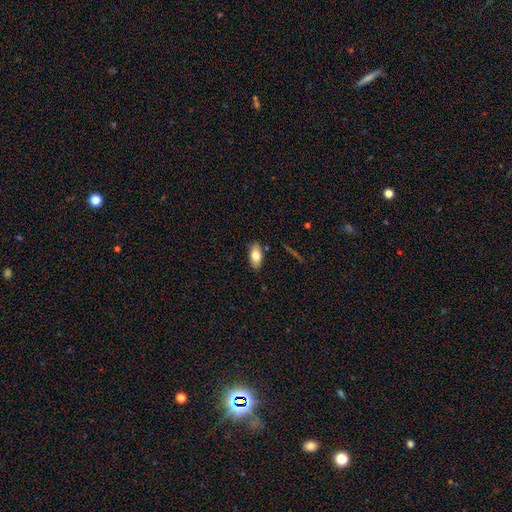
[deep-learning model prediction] Smooth or featured? smooth (80%)
How rounded? in between (91%)
Merging? none (85%)